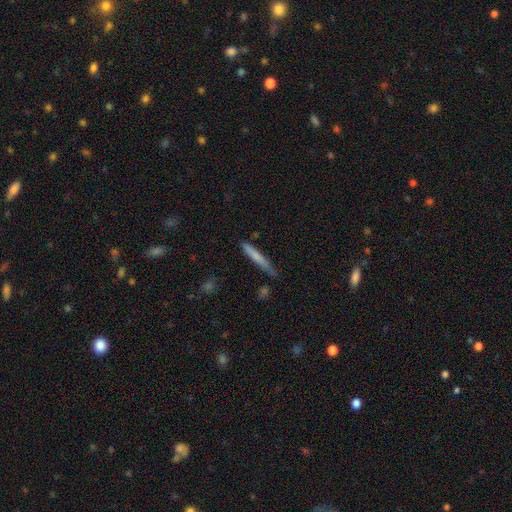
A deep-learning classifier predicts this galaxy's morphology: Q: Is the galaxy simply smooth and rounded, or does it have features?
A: smooth — 67%.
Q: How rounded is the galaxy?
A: cigar-shaped — 95%.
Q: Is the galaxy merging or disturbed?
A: none — 74%.